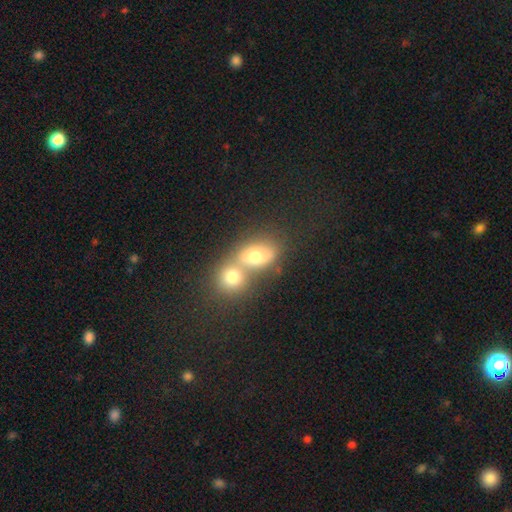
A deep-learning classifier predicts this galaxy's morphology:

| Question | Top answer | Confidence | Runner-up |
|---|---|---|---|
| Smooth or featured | smooth | 66% | featured or disk (21%) |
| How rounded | in between | 53% | round (45%) |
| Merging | merger | 63% | none (26%) |